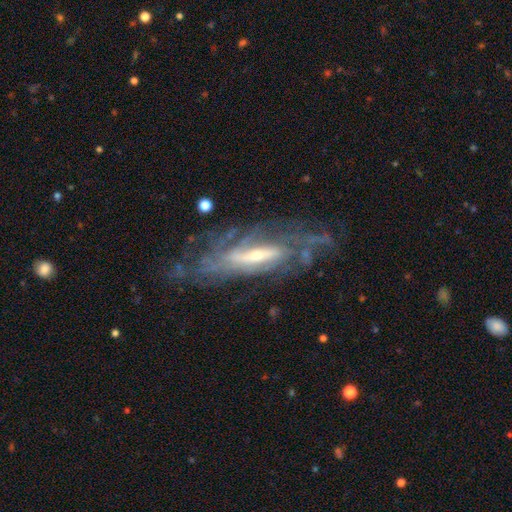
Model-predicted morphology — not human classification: The model was most divided on "bar": strong: 36%, weak: 33%, no: 31%. Remaining: spiral arms — yes (90%); smooth or featured — featured or disk (85%); edge-on disk — no (78%); merging — none (57%); bulge size — small (50%); spiral winding — tight (48%); spiral arm count — can't tell (45%).